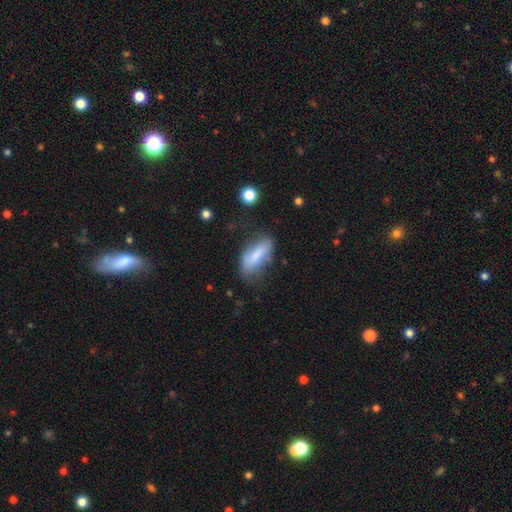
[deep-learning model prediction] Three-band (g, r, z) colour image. It shows a smooth galaxy with no disk features (70%) that is in between round and cigar-shaped (75%). Merging: none (51%).